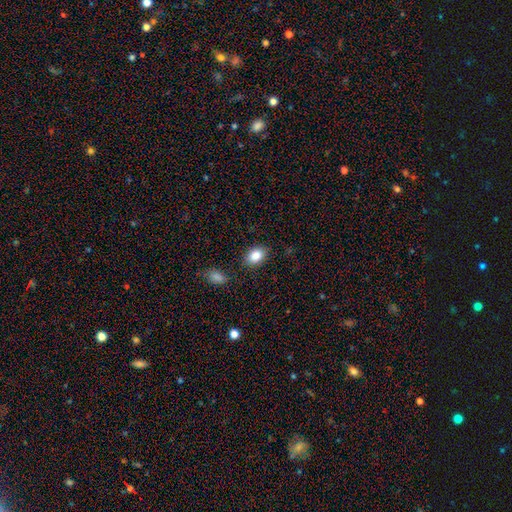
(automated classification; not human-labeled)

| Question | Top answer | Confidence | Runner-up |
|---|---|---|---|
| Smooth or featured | smooth | 86% | star or artifact (8%) |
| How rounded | in between | 78% | round (21%) |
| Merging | none | 83% | minor disturbance (11%) |